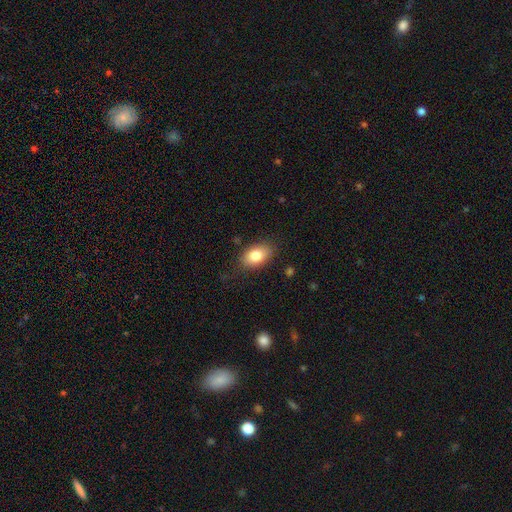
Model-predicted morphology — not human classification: smooth 82%, featured or disk 10%, star or artifact 7%. Down the decision tree: how rounded — in between (90%); merging — none (81%).